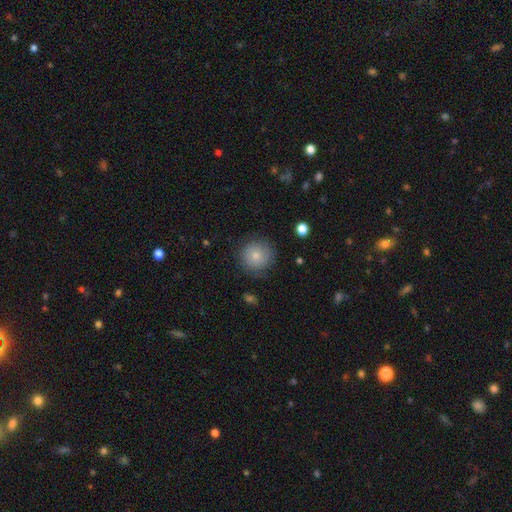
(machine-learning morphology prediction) This is likely a smooth galaxy (77%). How rounded: clearly round (94%). Merging: clearly none (81%).